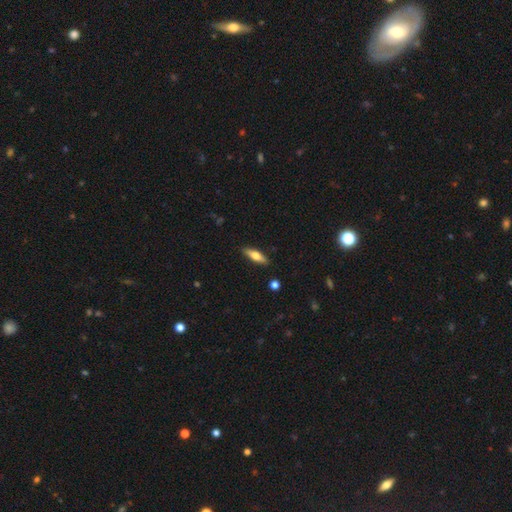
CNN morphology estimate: Smooth or featured? Predicted: smooth (p=0.56). How rounded? Predicted: cigar-shaped (p=0.56). Merging? Predicted: none (p=0.89).